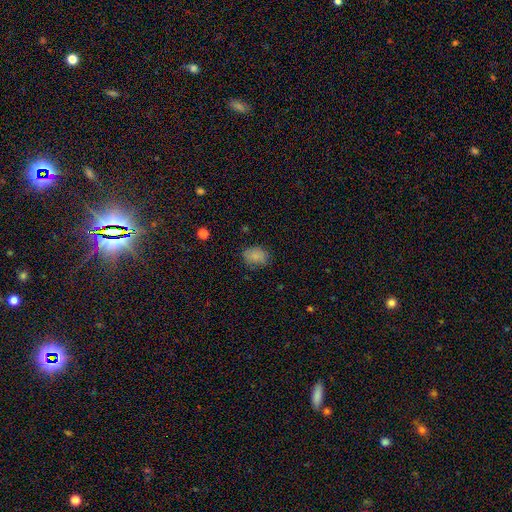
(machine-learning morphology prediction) smooth 82%, star or artifact 10%, featured or disk 8%. Down the decision tree: how rounded — in between (63%); merging — none (73%).